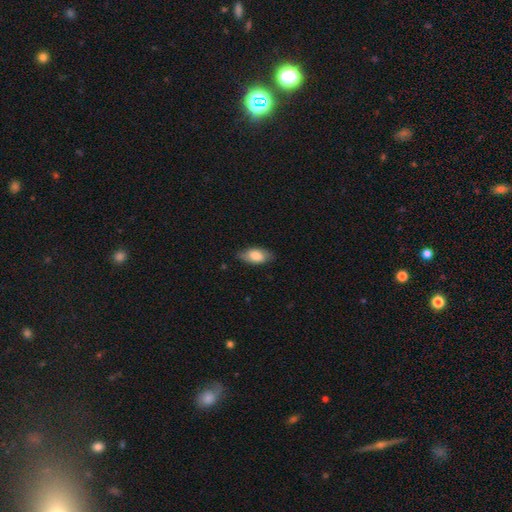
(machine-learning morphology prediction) The model was most divided on "smooth or featured": smooth: 76%, featured or disk: 17%, star or artifact: 6%. More confident: how rounded — in between (89%); merging — none (77%).